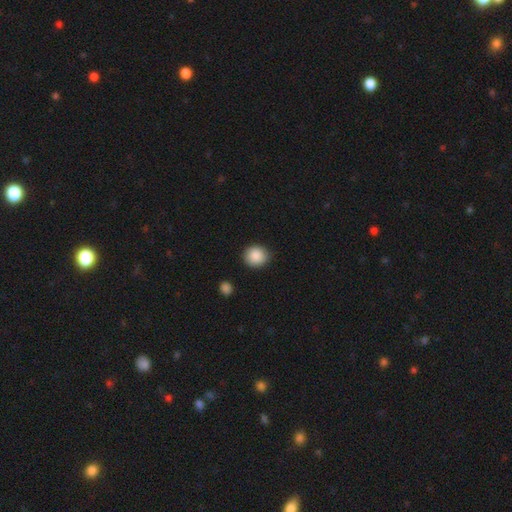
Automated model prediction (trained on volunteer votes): Smooth or featured: smooth — 89% (star or artifact — 8%)
How rounded: round — 83% (in between — 16%)
Merging: none — 86% (minor disturbance — 10%)